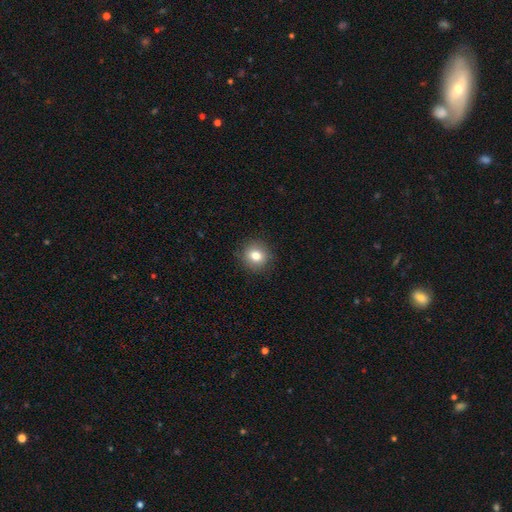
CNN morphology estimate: The model was most divided on "smooth or featured": smooth: 81%, star or artifact: 10%, featured or disk: 9%. More confident: merging — none (89%); how rounded — round (87%).